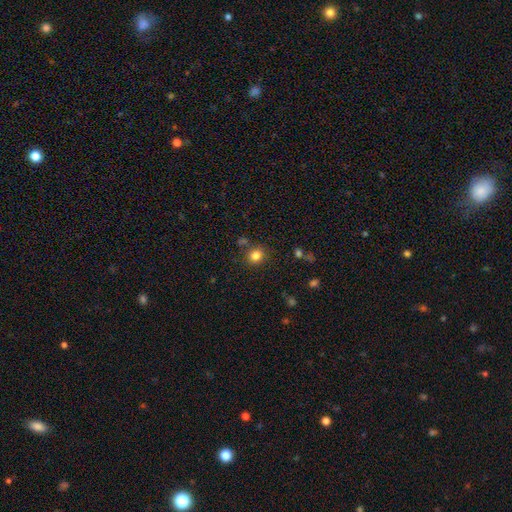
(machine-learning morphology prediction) This is clearly a smooth galaxy (82%). How rounded: clearly round (81%). Merging: likely none (80%).